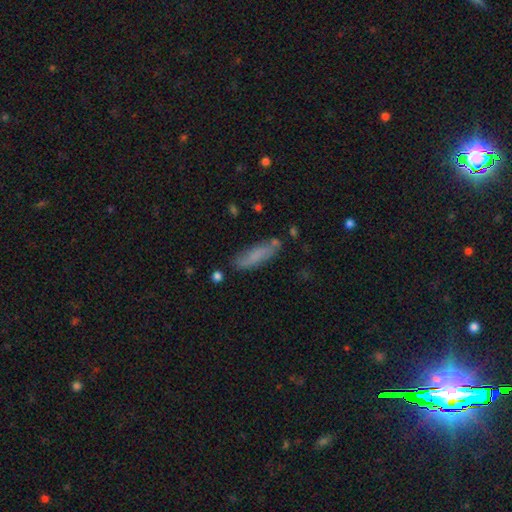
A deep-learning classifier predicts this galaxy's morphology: type=smooth (73%); roundness=cigar-shaped (60%); merging=none (72%).